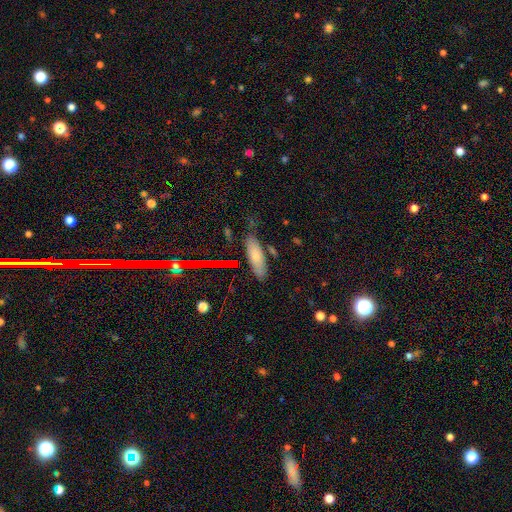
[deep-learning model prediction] This is likely a smooth galaxy (66%). How rounded: possibly in between (54%). Merging: likely none (70%).